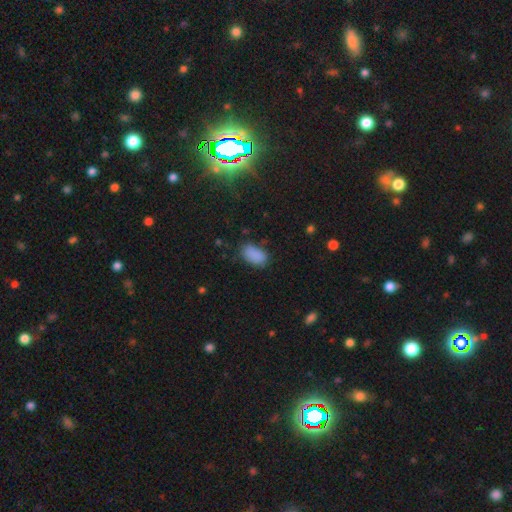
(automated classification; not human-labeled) smooth_or_featured: smooth (p=0.86) [alt: star or artifact p=0.10]
how_rounded: in between (p=0.92) [alt: round p=0.06]
merging: none (p=0.70) [alt: minor disturbance p=0.21]